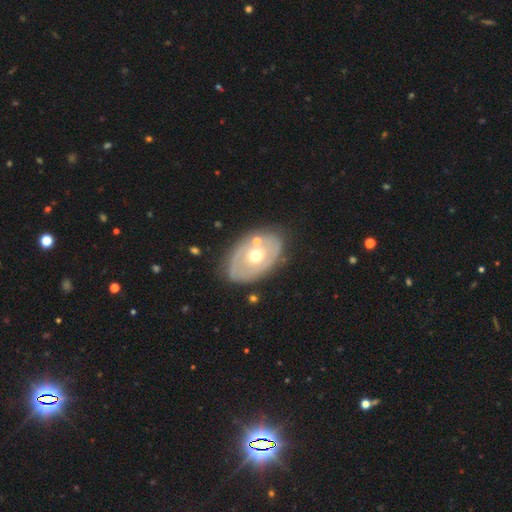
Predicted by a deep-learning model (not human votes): Smooth or featured?
  - featured or disk: 63% *
  - smooth: 31%
  - star or artifact: 5%
Edge-on disk?
  - no: 92% *
  - yes: 8%
Bar?
  - no: 88% *
  - weak: 9%
  - strong: 3%
Spiral arms?
  - no: 74% *
  - yes: 26%
Bulge size?
  - moderate: 76% *
  - small: 17%
  - large: 5%
  - dominant: 1%
  - none: 1%
Merging?
  - none: 75% *
  - minor disturbance: 14%
  - merger: 6%
  - major disturbance: 5%